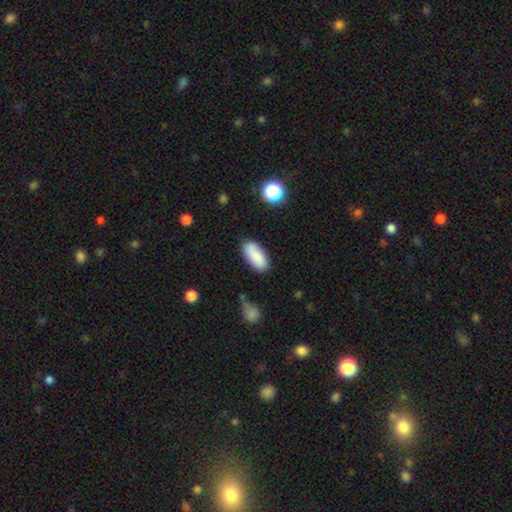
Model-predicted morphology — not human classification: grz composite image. It shows a smooth galaxy with no disk features (84%) that is in between round and cigar-shaped (88%). Merging: none (78%).